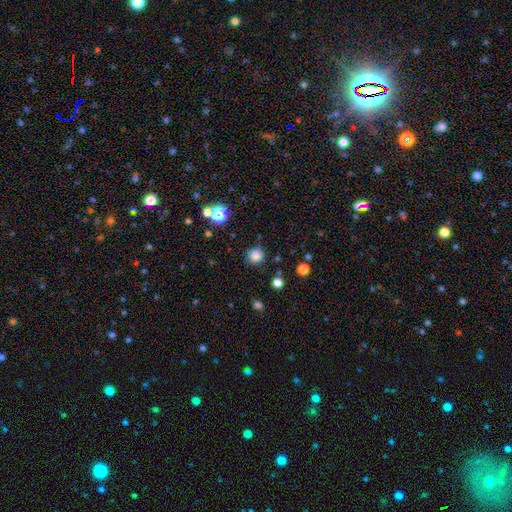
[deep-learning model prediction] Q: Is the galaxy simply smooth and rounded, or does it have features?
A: smooth — 82%.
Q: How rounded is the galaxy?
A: round — 93%.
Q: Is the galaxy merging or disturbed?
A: none — 87%.